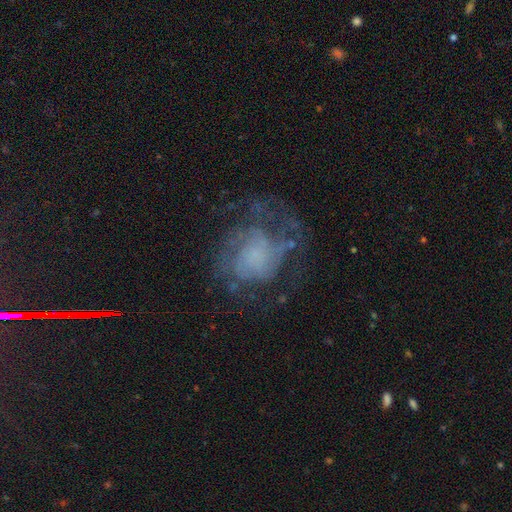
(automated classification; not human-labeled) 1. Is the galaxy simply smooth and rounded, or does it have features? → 70% featured or disk, 18% smooth, 12% star or artifact.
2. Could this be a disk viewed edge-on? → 98% no, 2% yes.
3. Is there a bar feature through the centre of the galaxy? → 79% no, 18% weak, 3% strong.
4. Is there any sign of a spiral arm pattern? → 78% yes, 22% no.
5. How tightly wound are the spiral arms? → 41% tight, 40% medium, 20% loose.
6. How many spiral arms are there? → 40% can't tell, 26% 2, 16% 3, 7% 1, 7% 4, 5% more than 4.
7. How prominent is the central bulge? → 42% none, 34% small, 13% moderate, 8% large, 2% dominant.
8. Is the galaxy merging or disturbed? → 57% none, 24% major disturbance, 18% minor disturbance, 2% merger.